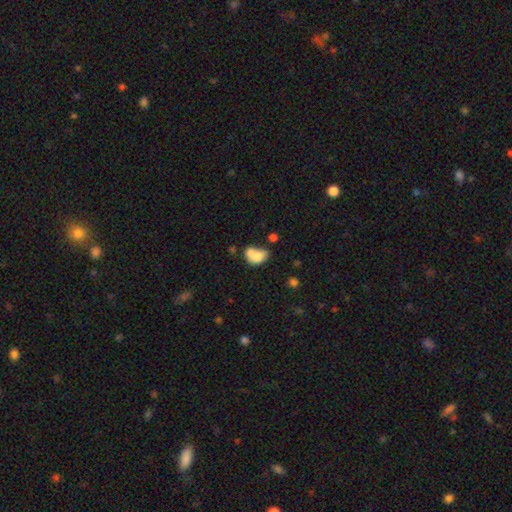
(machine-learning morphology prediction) smooth_or_featured: smooth (p=0.74) [alt: featured or disk p=0.17]
how_rounded: in between (p=0.72) [alt: round p=0.27]
merging: merger (p=0.55) [alt: none p=0.24]